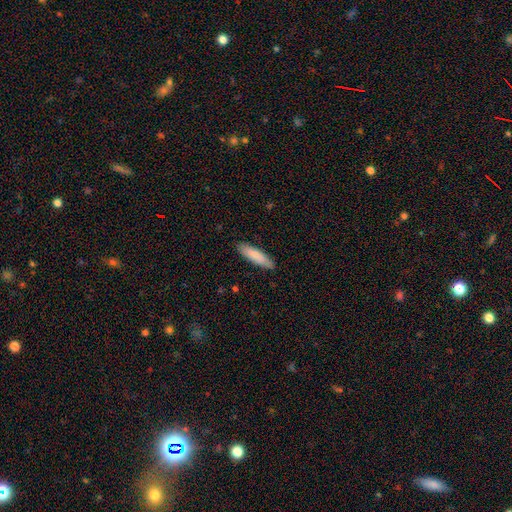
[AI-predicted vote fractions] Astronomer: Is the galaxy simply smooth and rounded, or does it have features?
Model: smooth — 83%.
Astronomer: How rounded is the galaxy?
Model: cigar-shaped — 68%.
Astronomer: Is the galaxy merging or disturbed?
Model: none — 87%.